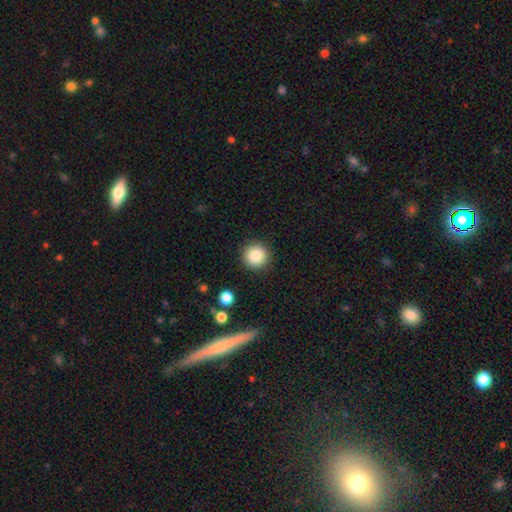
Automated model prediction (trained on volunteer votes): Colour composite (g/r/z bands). It shows a smooth galaxy with no disk features (86%) that is round (95%). Merging: none (91%).